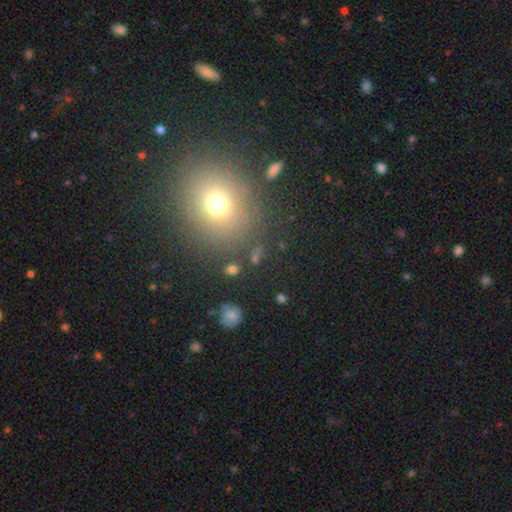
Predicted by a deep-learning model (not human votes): Overall: smooth (55%; star or artifact 33%). How rounded: round (71%). Merging: none (78%).